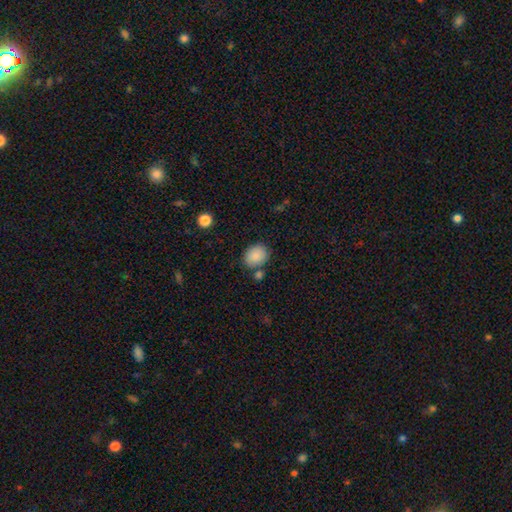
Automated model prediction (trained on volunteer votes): A smooth galaxy with no disk features (87%) that is round (50%).

Vote fractions:
- Smooth or featured? smooth: 87% / star or artifact: 8% / featured or disk: 5%
- How rounded? round: 50% / in between: 49% / cigar-shaped: 1%
- Merging? none: 74% / minor disturbance: 13% / merger: 9% / major disturbance: 3%